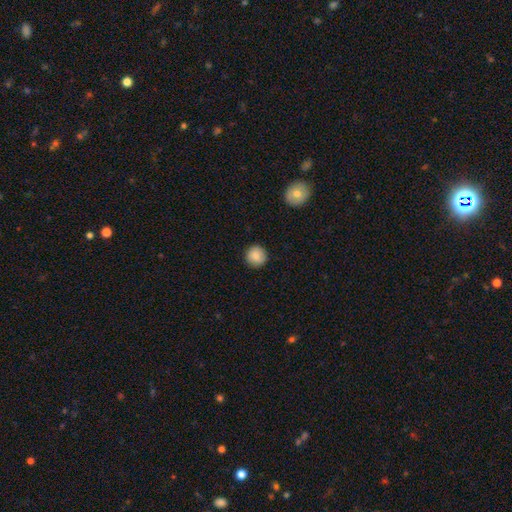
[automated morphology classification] A smooth galaxy with no disk features (86%) that is round (95%). Merging: none (90%).